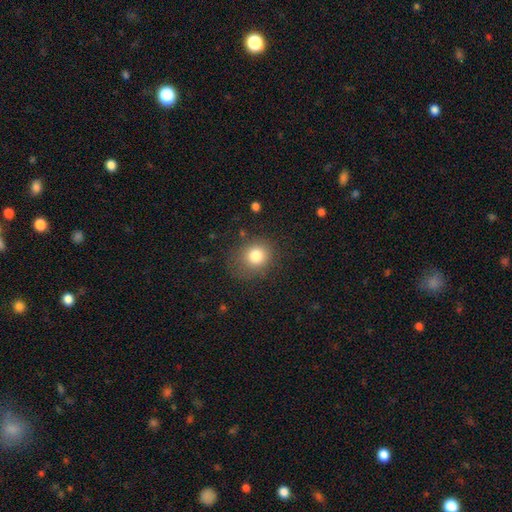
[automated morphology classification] Smooth or featured?
  - smooth: 81% *
  - star or artifact: 11%
  - featured or disk: 8%
How rounded?
  - round: 75% *
  - in between: 24%
  - cigar-shaped: 1%
Merging?
  - none: 76% *
  - minor disturbance: 16%
  - major disturbance: 7%
  - merger: 2%